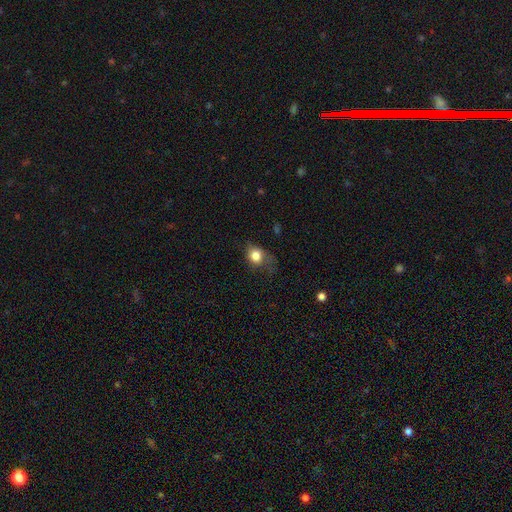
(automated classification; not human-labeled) Q: Smooth or featured?
A: smooth (79%); runner-up: featured or disk (11%)
Q: How rounded?
A: round (57%); runner-up: in between (42%)
Q: Merging?
A: none (42%); runner-up: minor disturbance (33%)